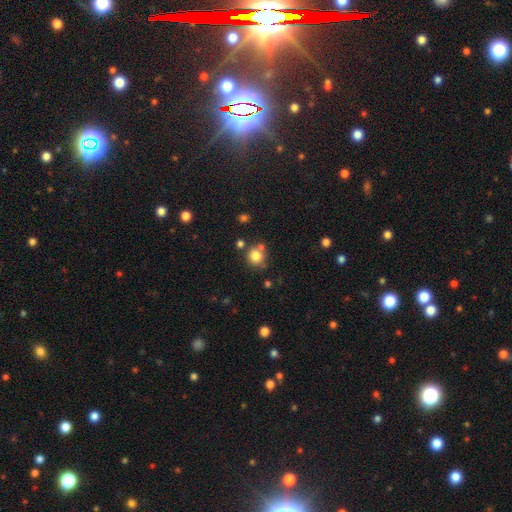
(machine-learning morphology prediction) This is clearly a smooth galaxy (82%). How rounded: clearly round (89%). Merging: likely none (67%).